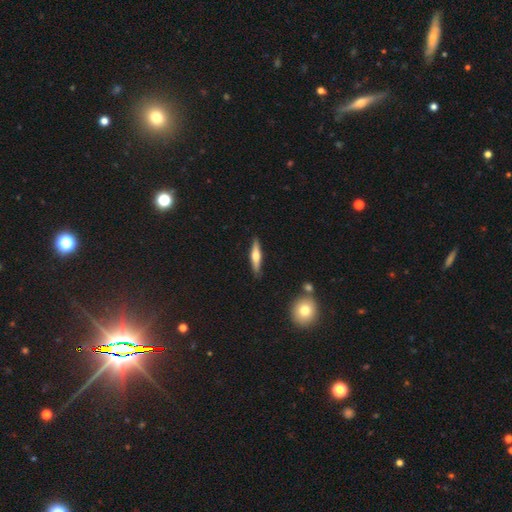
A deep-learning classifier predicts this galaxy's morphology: The model was most divided on "smooth or featured": featured or disk: 55%, smooth: 39%, star or artifact: 6%. More confident: edge-on disk — yes (95%); merging — none (88%); edge-on bulge — rounded (88%).